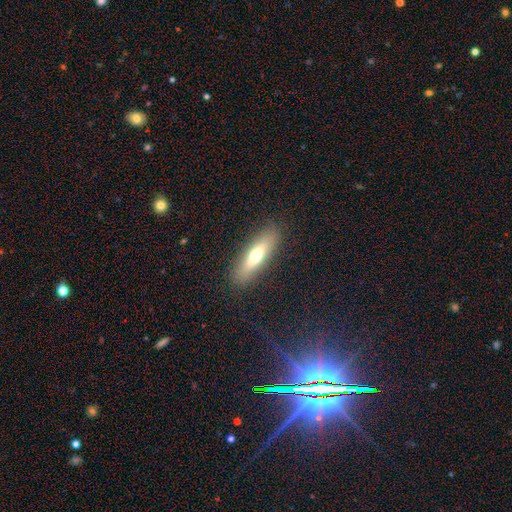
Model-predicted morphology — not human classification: This is possibly a smooth galaxy (60%). How rounded: likely cigar-shaped (67%). Merging: clearly none (89%).